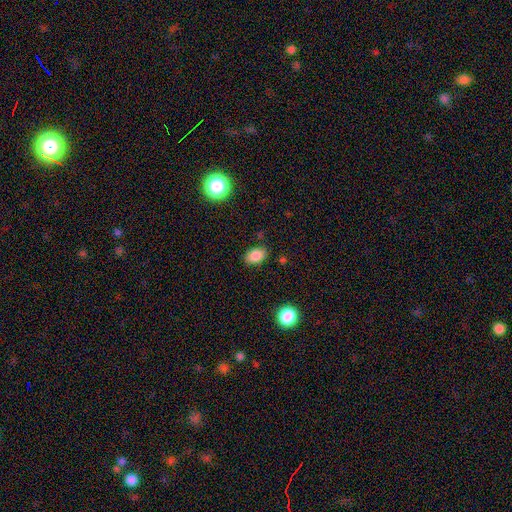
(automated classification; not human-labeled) A smooth galaxy with no disk features (85%) that is in between round and cigar-shaped (85%).

Vote fractions:
- Smooth or featured? smooth: 85% / star or artifact: 10% / featured or disk: 5%
- How rounded? in between: 85% / round: 13% / cigar-shaped: 2%
- Merging? none: 83% / minor disturbance: 12% / major disturbance: 3% / merger: 2%